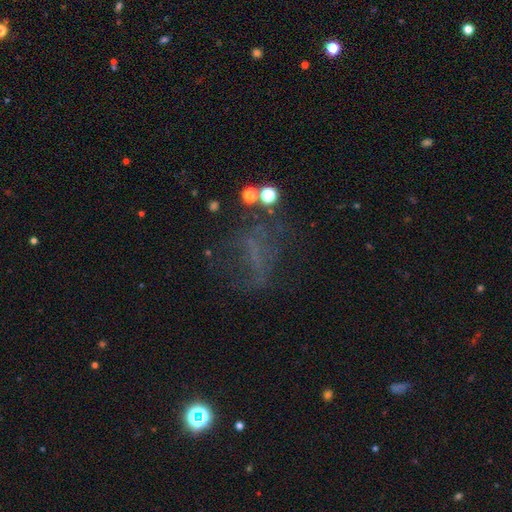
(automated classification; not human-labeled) This appears to be a featured or disk galaxy (39%). Merging: none (46%).